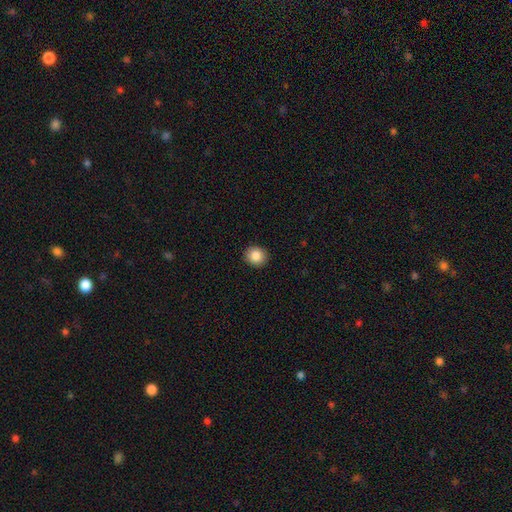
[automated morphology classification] This appears to be a smooth galaxy with no disk features (86%) that is round (80%). Merging: none (92%).